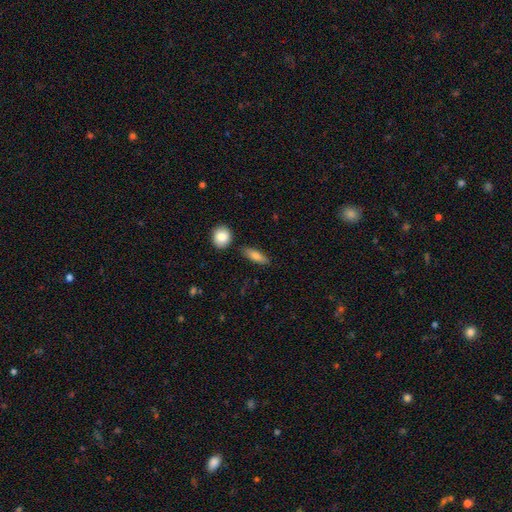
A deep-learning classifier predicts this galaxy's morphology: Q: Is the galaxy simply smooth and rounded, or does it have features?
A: smooth — 78%.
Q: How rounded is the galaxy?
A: in between — 63%.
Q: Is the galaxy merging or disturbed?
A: none — 80%.